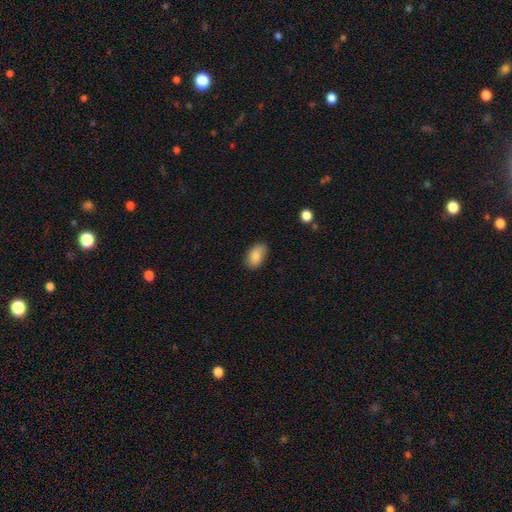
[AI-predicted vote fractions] This is clearly a smooth galaxy (85%). How rounded: clearly in between (92%). Merging: likely none (77%).